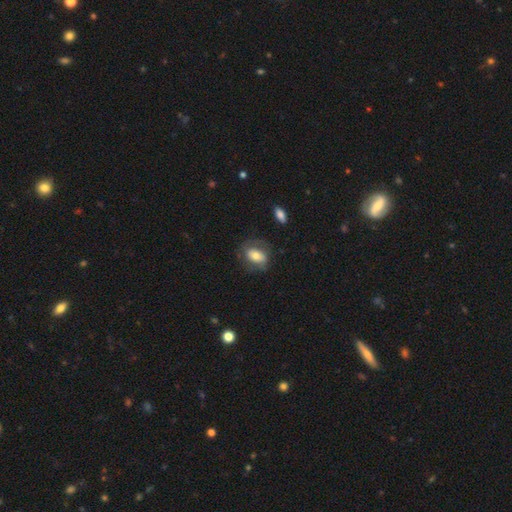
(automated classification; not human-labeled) A smooth galaxy with no disk features (54%) that is in between round and cigar-shaped (73%). Merging: none (67%).